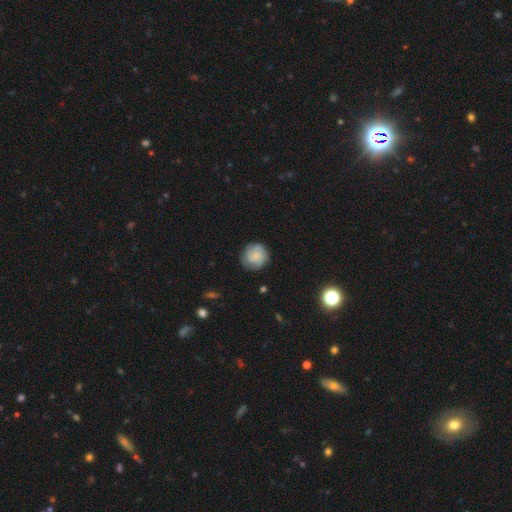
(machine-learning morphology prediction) This is possibly a smooth galaxy (60%). How rounded: clearly round (90%). Merging: likely none (75%).